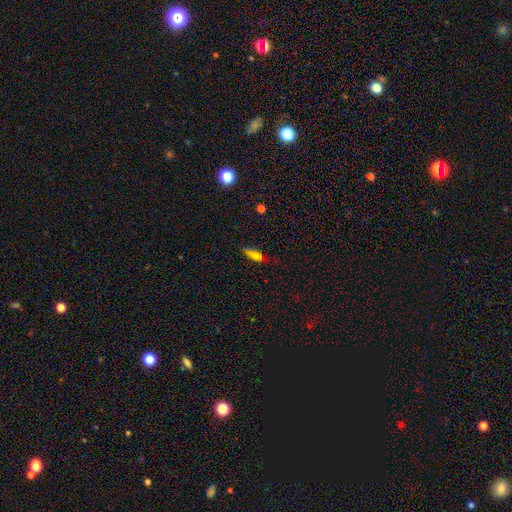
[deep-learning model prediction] A smooth galaxy with no disk features (69%) that is in between round and cigar-shaped (57%). Merging: none (67%).